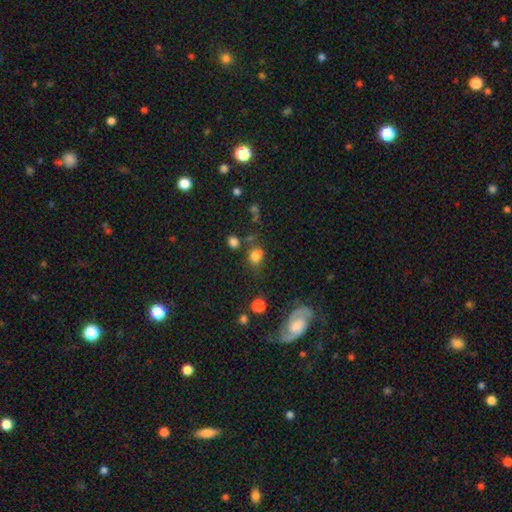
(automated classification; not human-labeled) The model was most divided on "how rounded": round: 51%, in between: 48%, cigar-shaped: 2%. More confident: smooth or featured — smooth (73%); merging — none (51%).